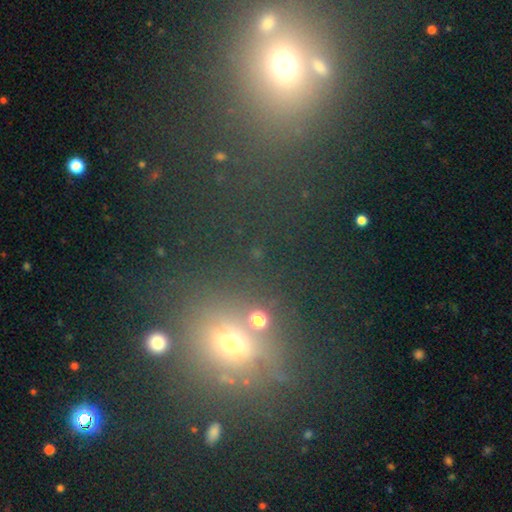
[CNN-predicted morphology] Smooth or featured? Predicted: smooth (p=0.46). Merging? Predicted: none (p=0.68).